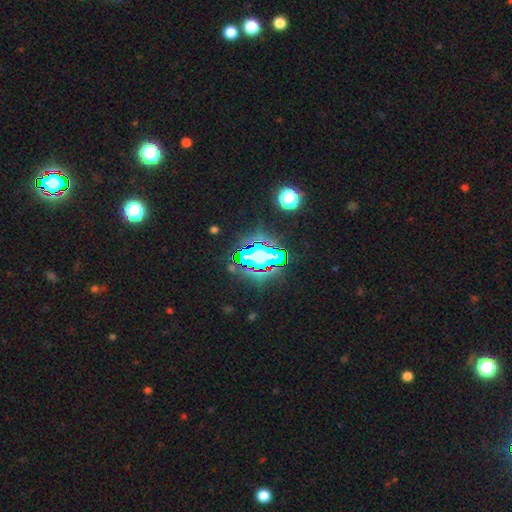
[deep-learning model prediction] Smooth or featured?
  - star or artifact: 72% *
  - smooth: 16%
  - featured or disk: 12%